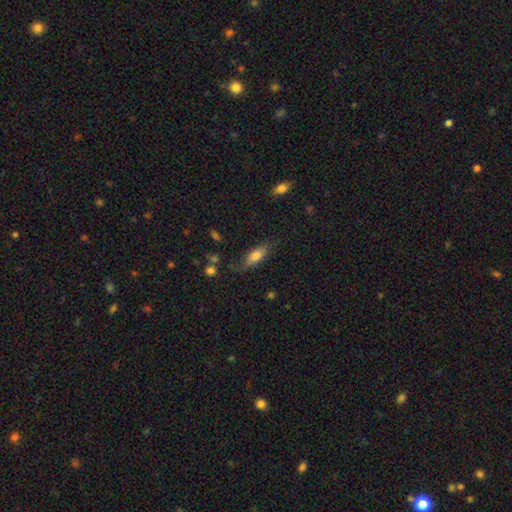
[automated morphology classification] smooth_or_featured: smooth (p=0.70) [alt: featured or disk p=0.22]
how_rounded: in between (p=0.68) [alt: cigar-shaped p=0.29]
merging: none (p=0.69) [alt: minor disturbance p=0.22]